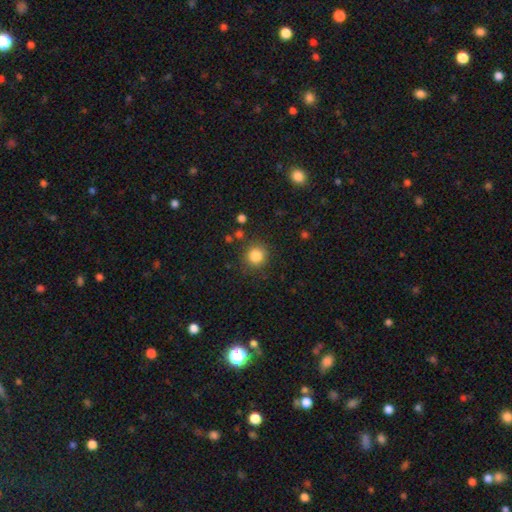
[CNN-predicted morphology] A smooth galaxy with no disk features (84%) that is round (90%). Merging: none (86%).